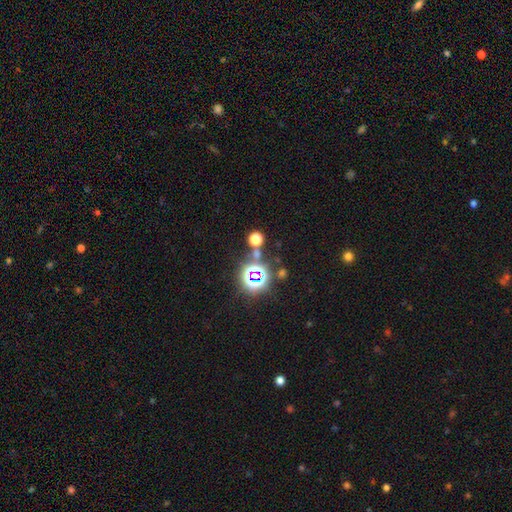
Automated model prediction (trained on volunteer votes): The model was most divided on "smooth or featured": star or artifact: 76%, smooth: 17%, featured or disk: 8%.